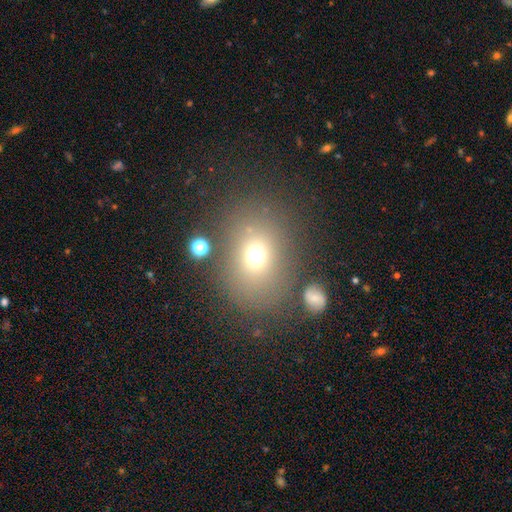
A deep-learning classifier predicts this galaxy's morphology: smooth_or_featured: smooth (p=0.69) [alt: star or artifact p=0.17]
how_rounded: in between (p=0.51) [alt: round p=0.48]
merging: none (p=0.70) [alt: minor disturbance p=0.13]